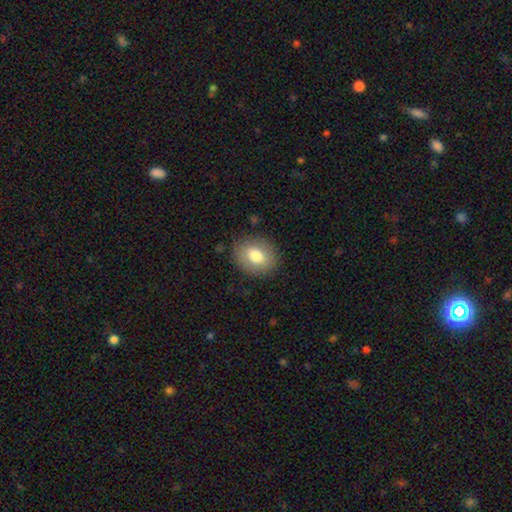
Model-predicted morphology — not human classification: A smooth galaxy with no disk features (78%) that is in between round and cigar-shaped (53%).

Vote fractions:
- Smooth or featured? smooth: 78% / featured or disk: 14% / star or artifact: 8%
- How rounded? in between: 53% / round: 46% / cigar-shaped: 1%
- Merging? none: 85% / minor disturbance: 11% / major disturbance: 3% / merger: 1%